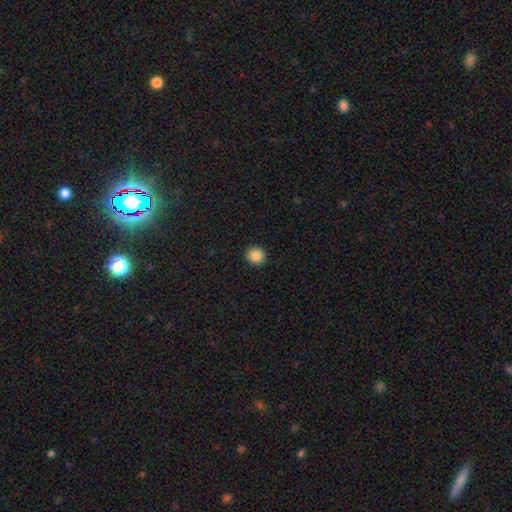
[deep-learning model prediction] Overall: smooth (87%). How rounded: round (93%). Merging: none (93%).